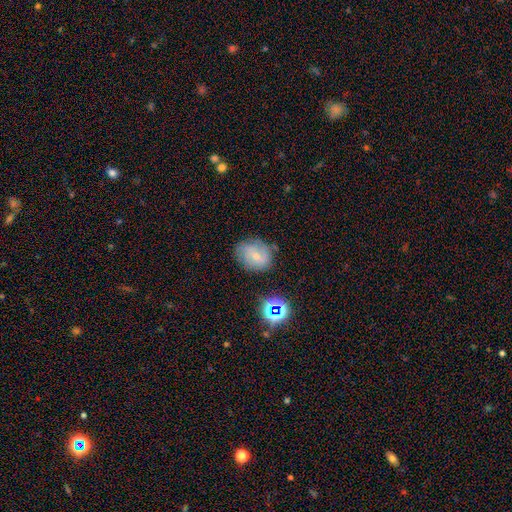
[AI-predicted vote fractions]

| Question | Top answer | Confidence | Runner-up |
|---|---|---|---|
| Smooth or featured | smooth | 53% | featured or disk (32%) |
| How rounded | round | 50% | in between (49%) |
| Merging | none | 67% | minor disturbance (23%) |